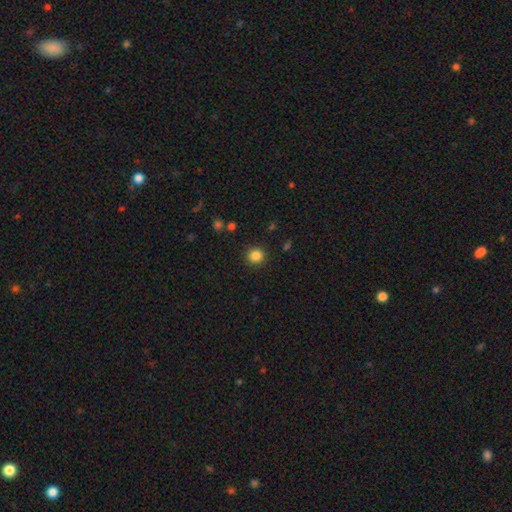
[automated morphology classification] Overall: smooth (84%). How rounded: round (93%). Merging: none (91%).